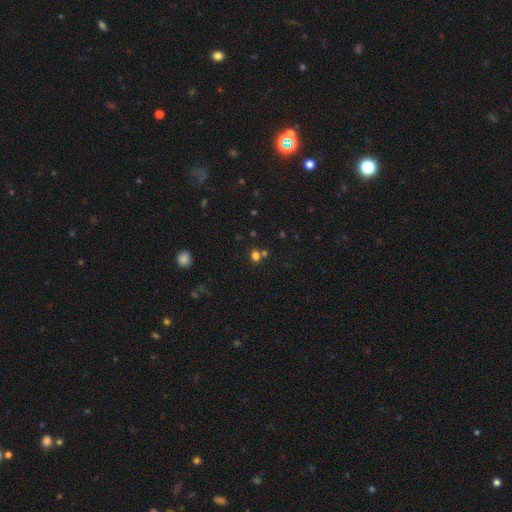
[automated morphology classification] Smooth or featured? Predicted: smooth (p=0.71). How rounded? Predicted: round (p=0.65). Merging? Predicted: none (p=0.65).